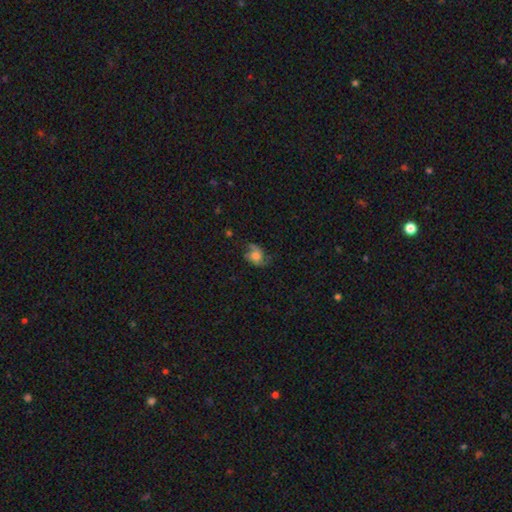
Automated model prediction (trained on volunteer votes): The model was most divided on "smooth or featured": featured or disk: 46%, smooth: 44%, star or artifact: 11%. More confident: merging — none (54%).